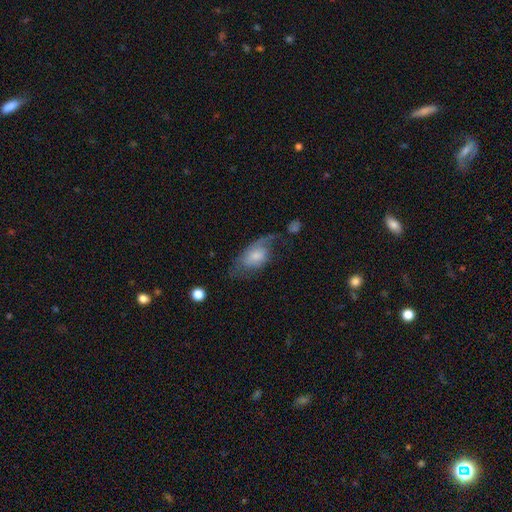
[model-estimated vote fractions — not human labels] This appears to be a smooth galaxy with no disk features (52%) that is in between round and cigar-shaped (88%). Merging: major disturbance (38%).